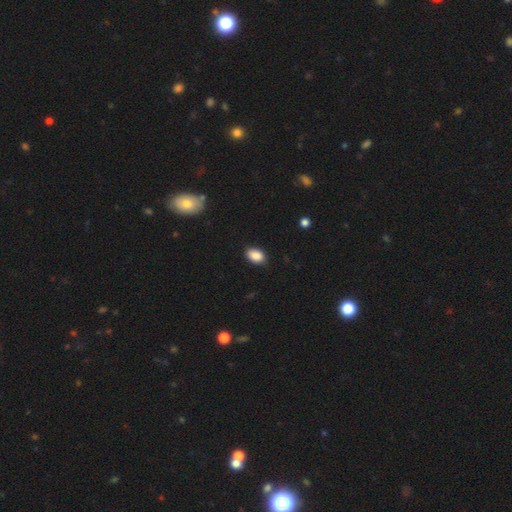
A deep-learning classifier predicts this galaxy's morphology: Smooth or featured? smooth (89%)
How rounded? in between (86%)
Merging? none (86%)